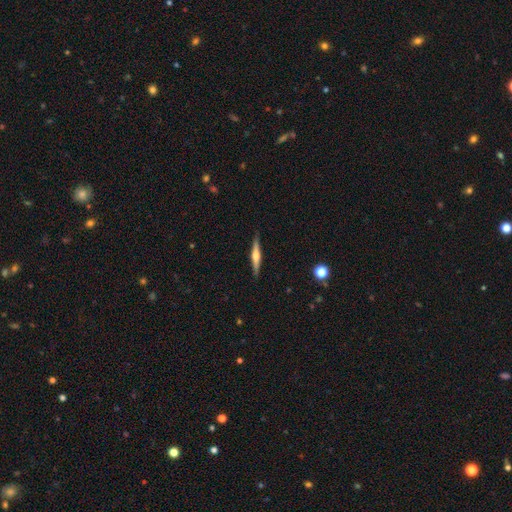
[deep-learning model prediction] Overall: featured or disk (68%). Edge-on disk: yes (98%). Edge-on bulge: rounded (84%). Merging: none (90%).